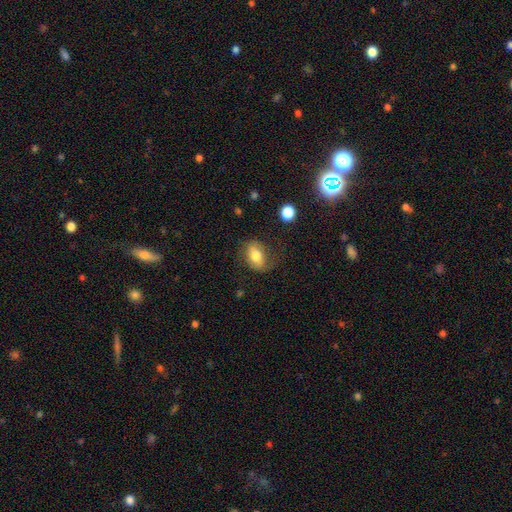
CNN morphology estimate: This appears to be a smooth galaxy with no disk features (68%) that is in between round and cigar-shaped (85%). Merging: none (62%).